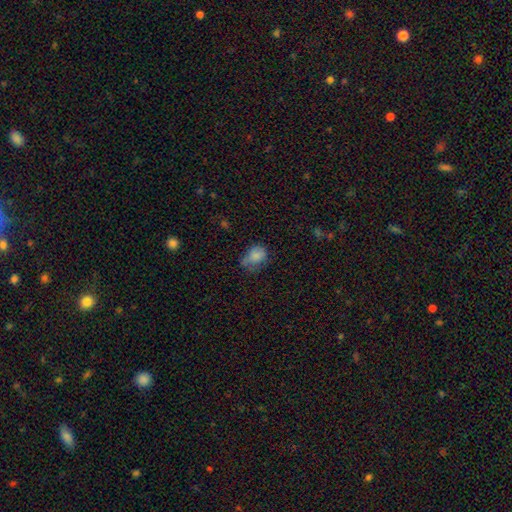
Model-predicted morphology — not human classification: type=smooth (80%); roundness=in between (63%); merging=none (43%).